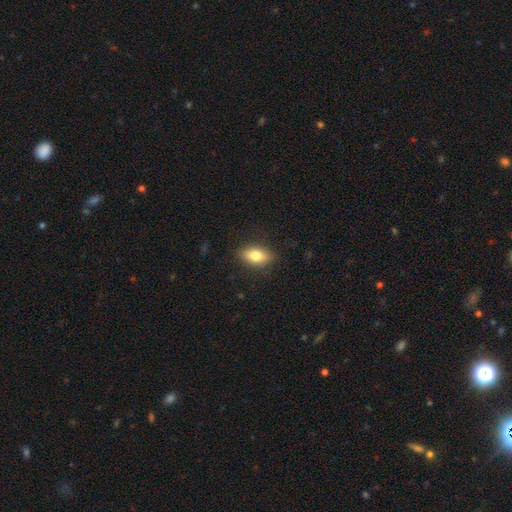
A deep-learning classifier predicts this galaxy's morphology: The model was most divided on "smooth or featured": smooth: 77%, featured or disk: 15%, star or artifact: 7%. More confident: merging — none (86%); how rounded — in between (86%).